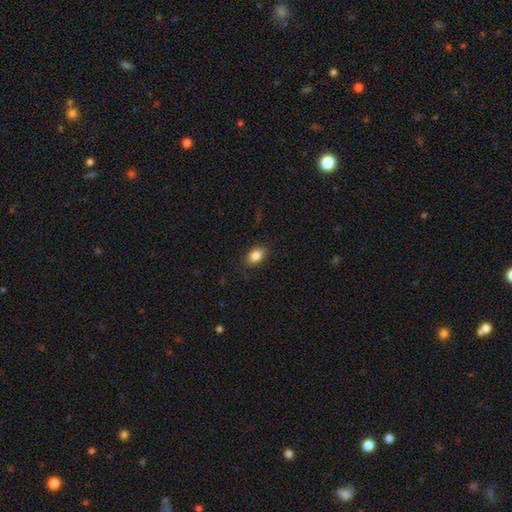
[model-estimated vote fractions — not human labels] Smooth or featured? smooth (85%)
How rounded? in between (86%)
Merging? none (88%)